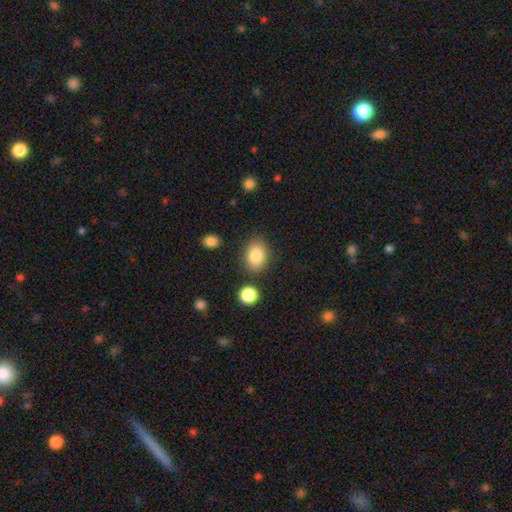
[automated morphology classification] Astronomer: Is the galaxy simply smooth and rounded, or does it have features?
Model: smooth — 85%.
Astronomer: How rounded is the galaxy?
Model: in between — 71%.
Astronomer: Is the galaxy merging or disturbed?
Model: none — 80%.